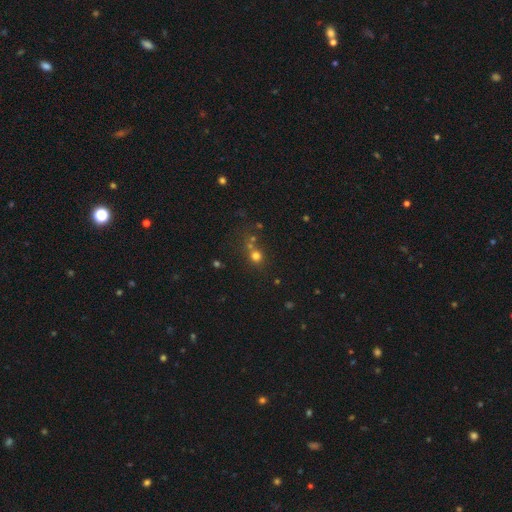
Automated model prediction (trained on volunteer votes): Smooth or featured: smooth — 69% (star or artifact — 22%)
How rounded: round — 86% (in between — 12%)
Merging: none — 59% (merger — 26%)